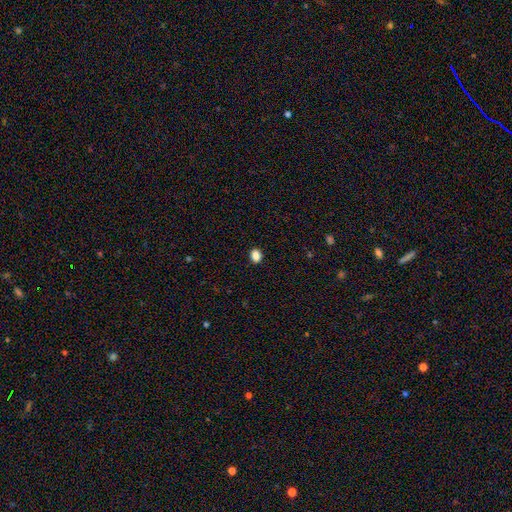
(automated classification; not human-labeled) Smooth or featured? Predicted: smooth (p=0.87). How rounded? Predicted: in between (p=0.60). Merging? Predicted: none (p=0.90).